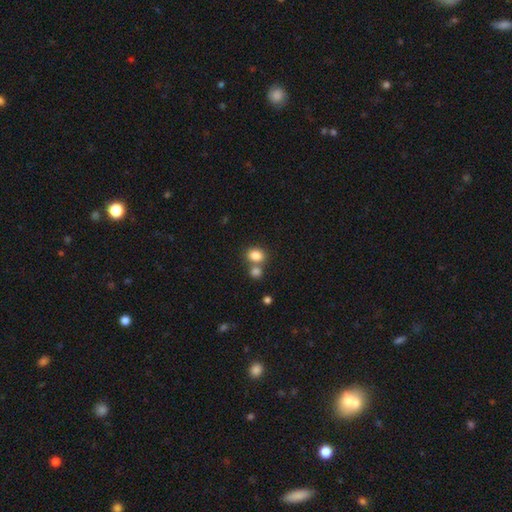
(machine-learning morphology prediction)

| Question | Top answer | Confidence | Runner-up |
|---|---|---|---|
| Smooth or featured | smooth | 84% | star or artifact (10%) |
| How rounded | in between | 50% | round (49%) |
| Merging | none | 52% | merger (35%) |